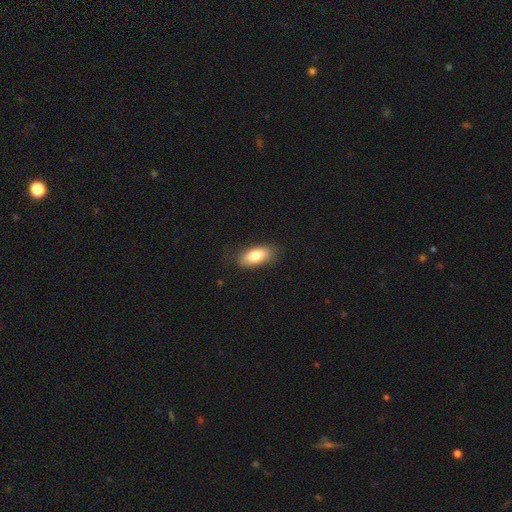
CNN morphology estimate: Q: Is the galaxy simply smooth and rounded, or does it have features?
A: smooth — 80%.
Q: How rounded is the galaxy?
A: in between — 86%.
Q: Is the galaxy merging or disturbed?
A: none — 82%.